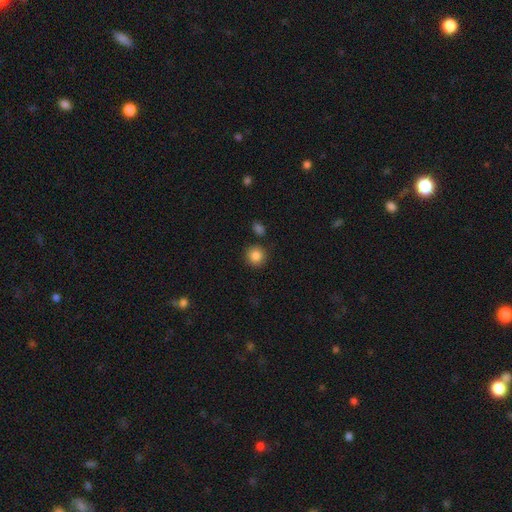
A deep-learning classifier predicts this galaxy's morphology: This is clearly a smooth galaxy (85%). How rounded: clearly round (92%). Merging: clearly none (86%).